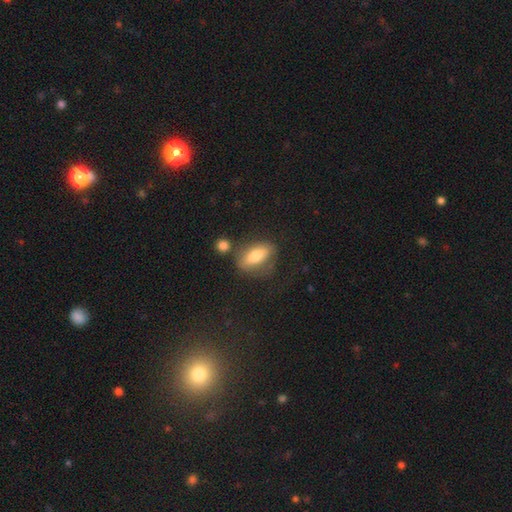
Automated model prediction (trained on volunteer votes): This appears to be a smooth galaxy with no disk features (71%) that is in between round and cigar-shaped (81%). Merging: none (64%).